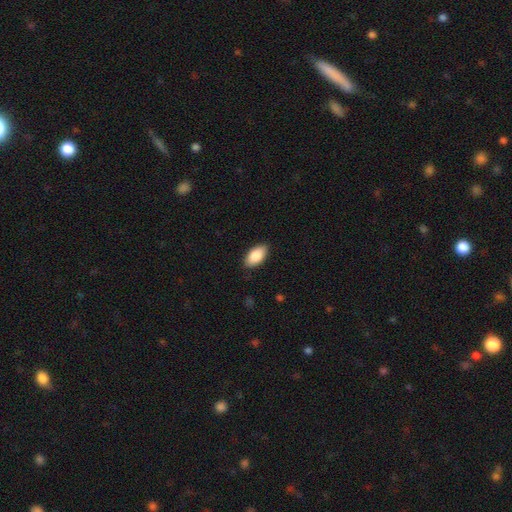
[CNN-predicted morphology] smooth 87%, featured or disk 7%, star or artifact 6%. Down the decision tree: how rounded — in between (94%); merging — none (87%).